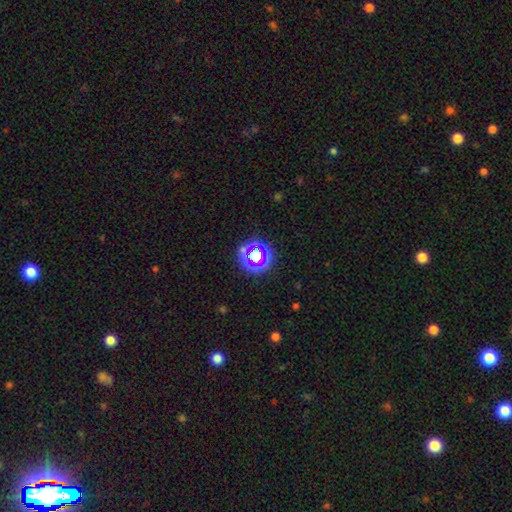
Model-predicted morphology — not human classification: star or artifact 58%, smooth 30%, featured or disk 13%.